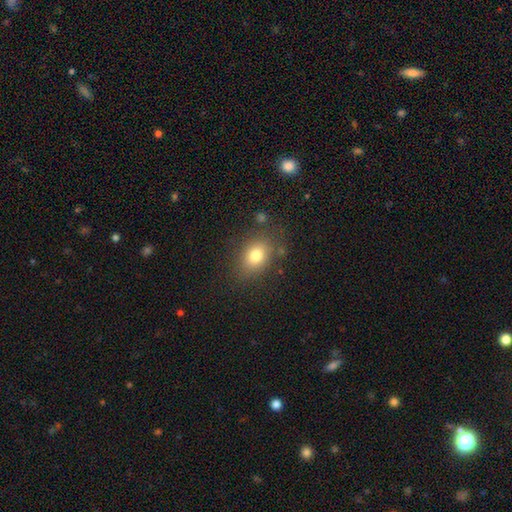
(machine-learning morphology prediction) The model was most divided on "how rounded": in between: 67%, round: 32%, cigar-shaped: 1%. More confident: smooth or featured — smooth (78%); merging — none (78%).